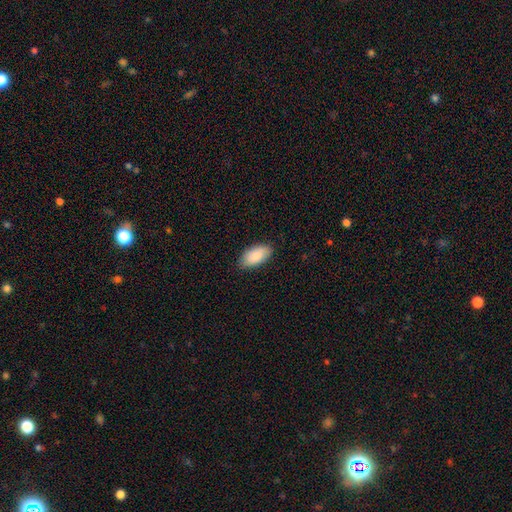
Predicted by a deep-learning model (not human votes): This appears to be a smooth galaxy with no disk features (89%) that is in between round and cigar-shaped (94%). Merging: none (85%).